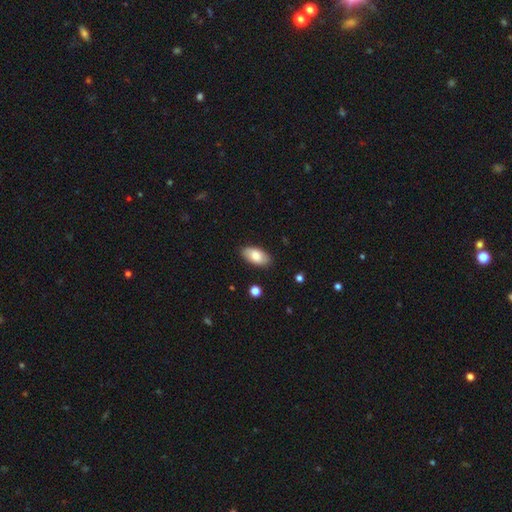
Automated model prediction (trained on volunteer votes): Smooth or featured?
  - smooth: 82% *
  - featured or disk: 12%
  - star or artifact: 6%
How rounded?
  - in between: 94% *
  - cigar-shaped: 3%
  - round: 3%
Merging?
  - none: 87% *
  - minor disturbance: 10%
  - major disturbance: 2%
  - merger: 1%